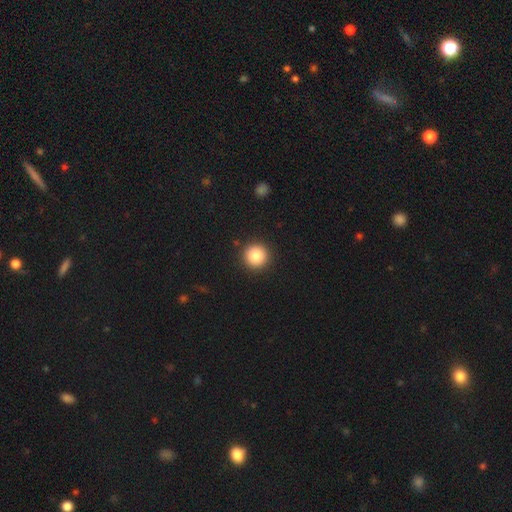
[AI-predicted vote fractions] Overall: smooth (86%). How rounded: round (95%). Merging: none (92%).